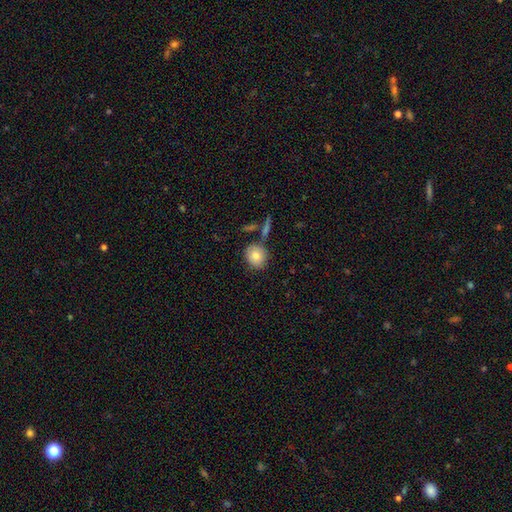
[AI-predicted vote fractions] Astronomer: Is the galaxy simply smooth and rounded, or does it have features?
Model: smooth — 82%.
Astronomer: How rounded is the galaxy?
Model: round — 80%.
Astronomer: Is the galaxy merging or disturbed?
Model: none — 72%.